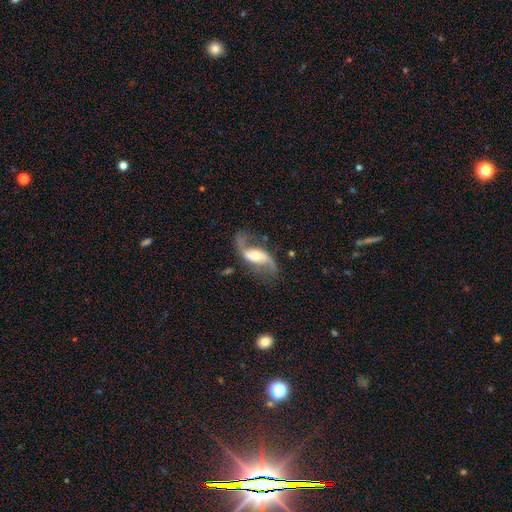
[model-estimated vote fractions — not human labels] Overall: featured or disk (85%). Edge-on disk: no (95%). Bar: weak (38%; no 33%). Spiral arms: yes (95%). Spiral arm count: 2 (90%). Spiral winding: loose (77%). Bulge size: moderate (49%; small 34%). Merging: none (67%).